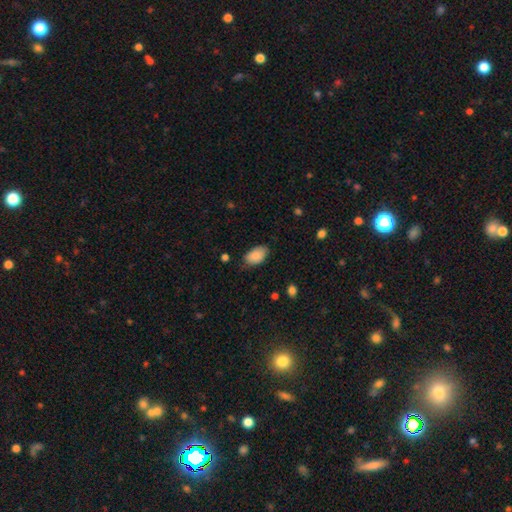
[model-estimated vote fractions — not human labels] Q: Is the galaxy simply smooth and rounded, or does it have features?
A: smooth — 87%.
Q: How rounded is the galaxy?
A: in between — 92%.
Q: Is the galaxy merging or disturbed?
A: none — 73%.